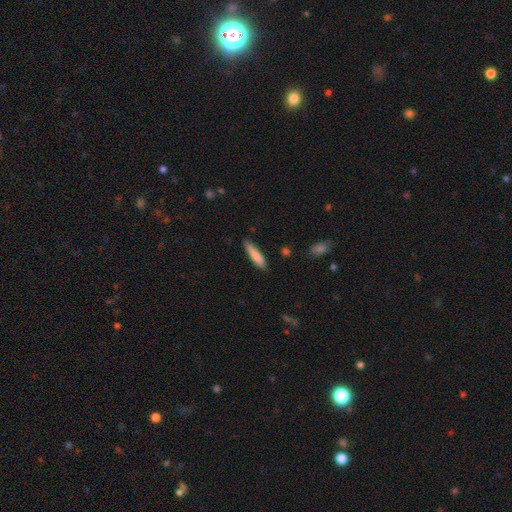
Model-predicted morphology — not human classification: A smooth galaxy with no disk features (80%) that is cigar-shaped (83%). Merging: none (82%).